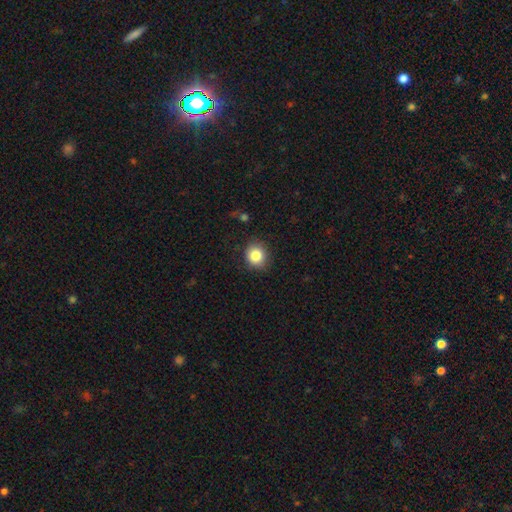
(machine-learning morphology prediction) type=smooth (84%); roundness=round (81%); merging=none (85%).